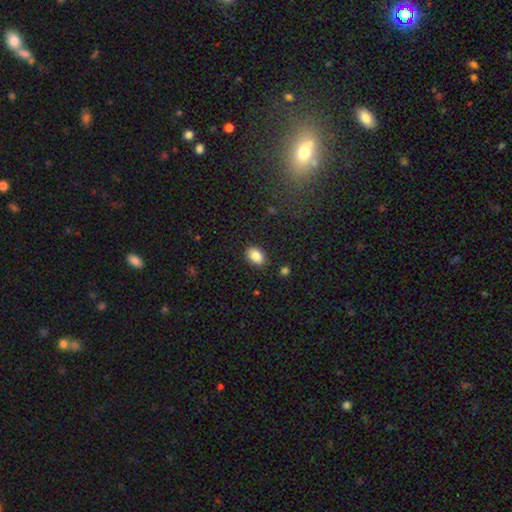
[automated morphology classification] This appears to be a smooth galaxy with no disk features (88%) that is in between round and cigar-shaped (86%). Merging: none (87%).